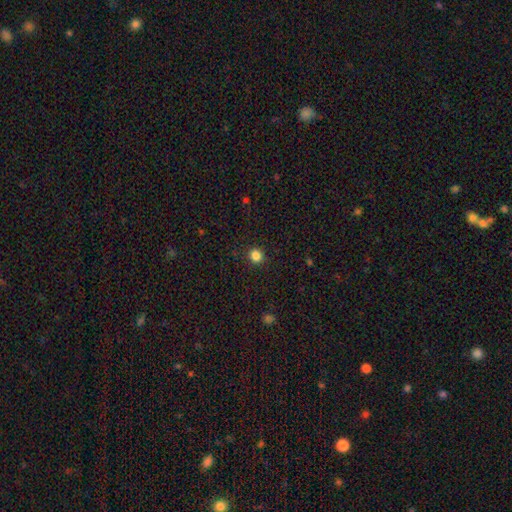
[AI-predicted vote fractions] This is clearly a smooth galaxy (84%). How rounded: clearly round (88%). Merging: clearly none (92%).